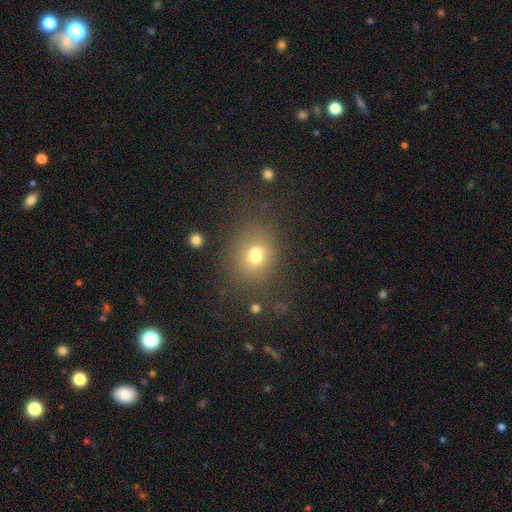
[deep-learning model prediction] A smooth galaxy with no disk features (67%) that is round (67%). Merging: none (50%).